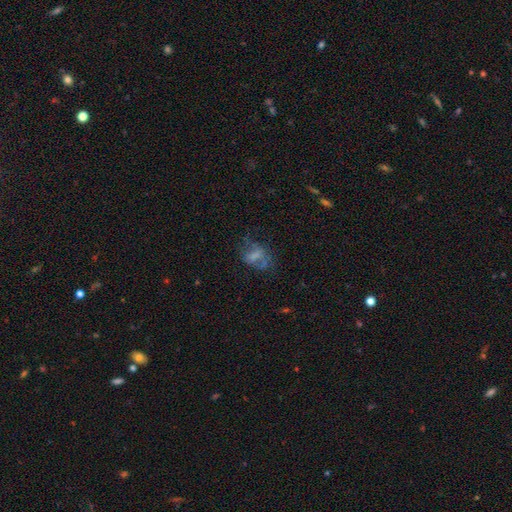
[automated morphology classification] A smooth galaxy with no disk features (43%). Merging: none (38%).